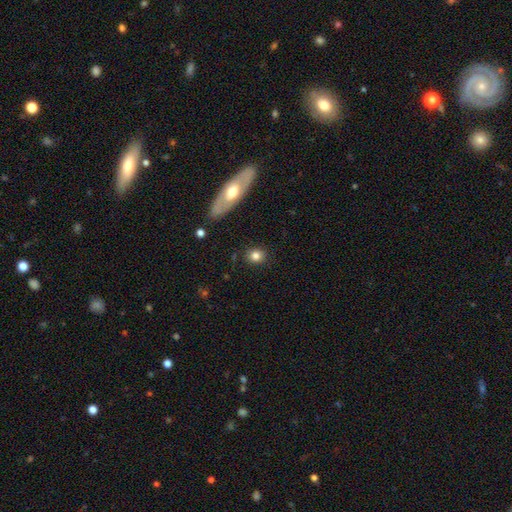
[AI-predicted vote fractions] A smooth galaxy with no disk features (81%) that is round (73%).

Vote fractions:
- Smooth or featured? smooth: 81% / star or artifact: 10% / featured or disk: 9%
- How rounded? round: 73% / in between: 25% / cigar-shaped: 2%
- Merging? none: 87% / minor disturbance: 9% / major disturbance: 3% / merger: 2%